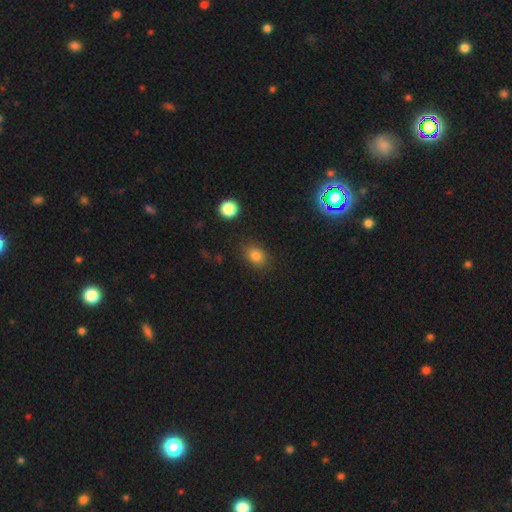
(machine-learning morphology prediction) This appears to be a smooth galaxy with no disk features (82%) that is in between round and cigar-shaped (61%). Merging: none (82%).